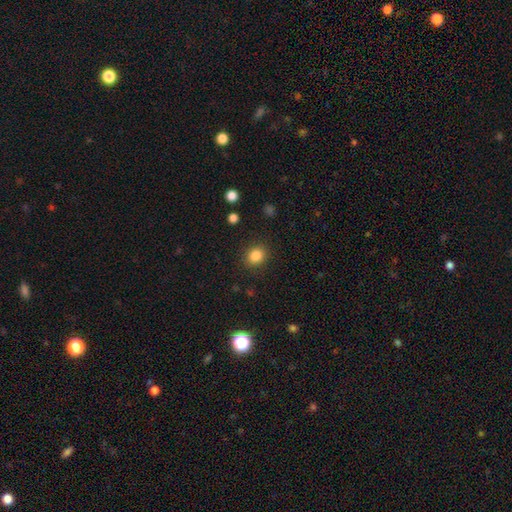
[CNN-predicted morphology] Smooth or featured? smooth (85%)
How rounded? round (69%)
Merging? none (88%)